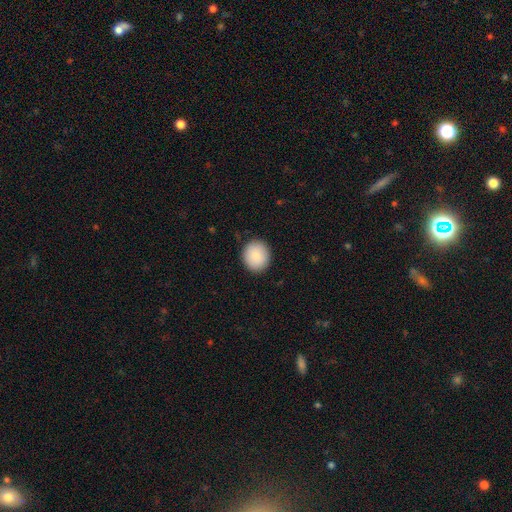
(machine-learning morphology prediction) smooth_or_featured: smooth (p=0.88) [alt: star or artifact p=0.07]
how_rounded: round (p=0.80) [alt: in between p=0.19]
merging: none (p=0.90) [alt: minor disturbance p=0.07]